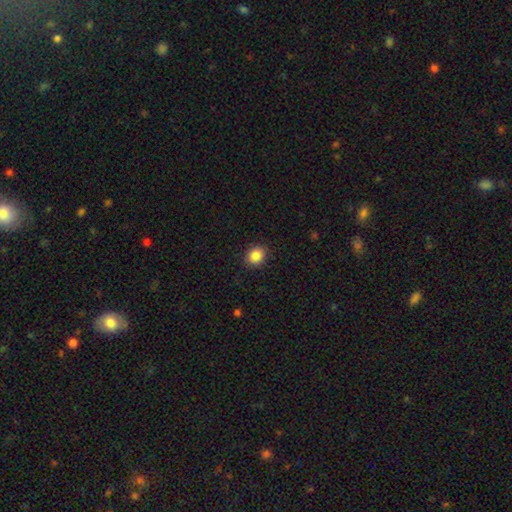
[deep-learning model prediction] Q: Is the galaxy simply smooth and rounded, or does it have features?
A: smooth — 86%.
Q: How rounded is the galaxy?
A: round — 64%.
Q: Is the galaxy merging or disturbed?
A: none — 89%.